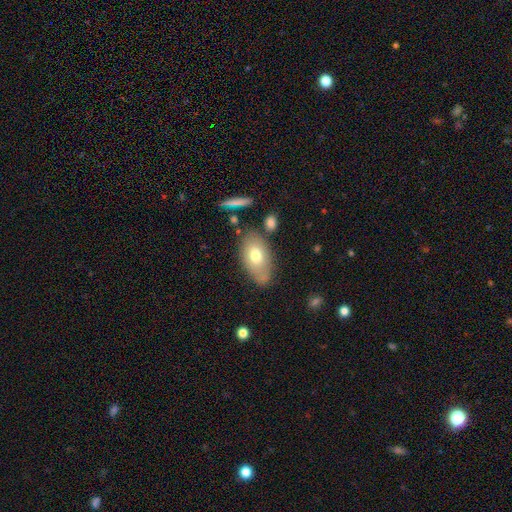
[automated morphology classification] smooth-or-featured: smooth: 68% | featured or disk: 24% | star or artifact: 8%
  how-rounded: in between: 91% | round: 6% | cigar-shaped: 3%
  merging: none: 70% | minor disturbance: 18% | merger: 7% | major disturbance: 5%